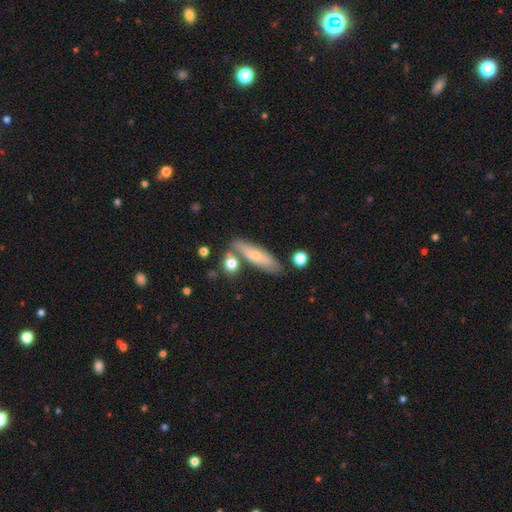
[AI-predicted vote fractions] Smooth or featured: smooth — 59% (featured or disk — 34%)
How rounded: cigar-shaped — 62% (in between — 35%)
Merging: none — 67% (minor disturbance — 16%)